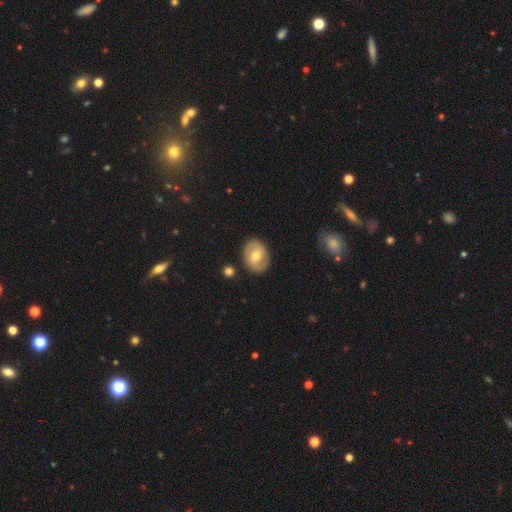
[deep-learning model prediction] Q: Smooth or featured?
A: smooth (49%); runner-up: featured or disk (45%)
Q: Merging?
A: none (85%); runner-up: minor disturbance (10%)